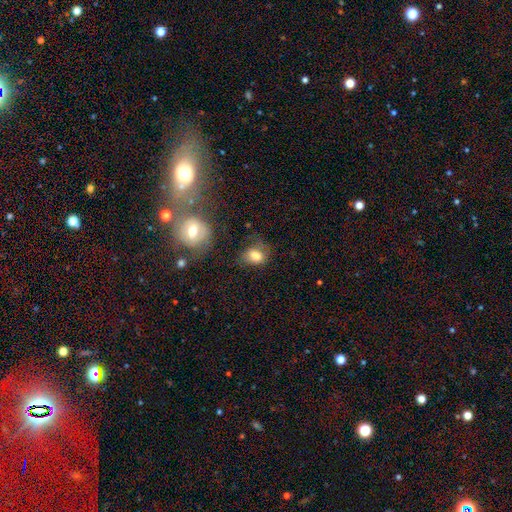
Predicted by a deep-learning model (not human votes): Q: Smooth or featured?
A: smooth (76%); runner-up: featured or disk (15%)
Q: How rounded?
A: in between (68%); runner-up: round (31%)
Q: Merging?
A: none (46%); runner-up: minor disturbance (28%)